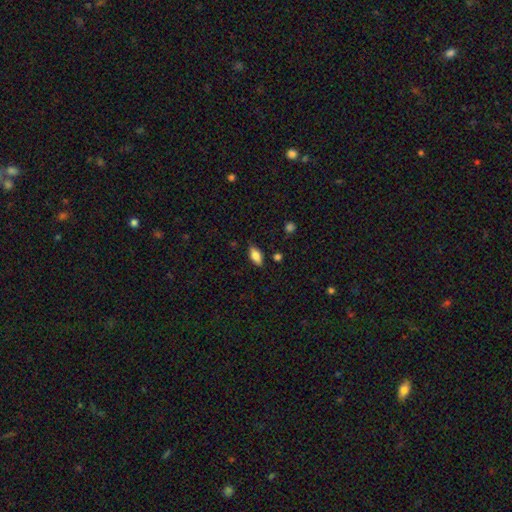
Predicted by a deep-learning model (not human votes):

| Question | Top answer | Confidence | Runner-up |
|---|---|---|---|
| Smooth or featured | smooth | 74% | featured or disk (19%) |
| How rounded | in between | 85% | cigar-shaped (11%) |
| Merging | none | 80% | minor disturbance (15%) |